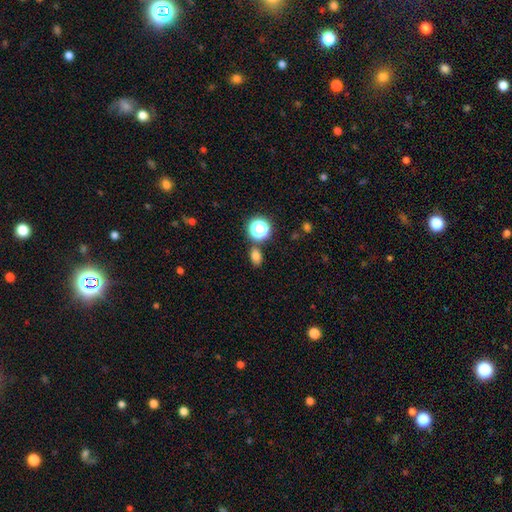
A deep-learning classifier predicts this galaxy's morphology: This appears to be a smooth galaxy with no disk features (76%) that is in between round and cigar-shaped (69%). Merging: none (77%).